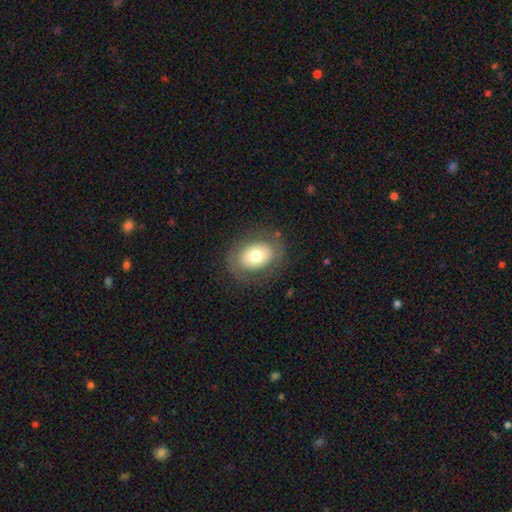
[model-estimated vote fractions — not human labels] Smooth or featured?
  - smooth: 61% *
  - featured or disk: 32%
  - star or artifact: 8%
How rounded?
  - in between: 67% *
  - round: 32%
  - cigar-shaped: 1%
Merging?
  - none: 80% *
  - minor disturbance: 12%
  - major disturbance: 7%
  - merger: 1%